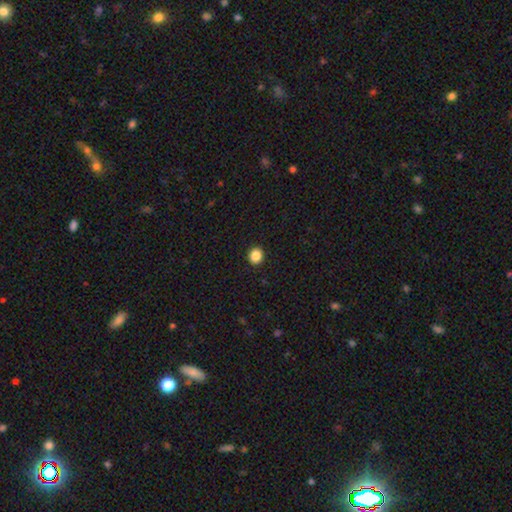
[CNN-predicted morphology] Smooth or featured? Predicted: smooth (p=0.87). How rounded? Predicted: round (p=0.81). Merging? Predicted: none (p=0.93).